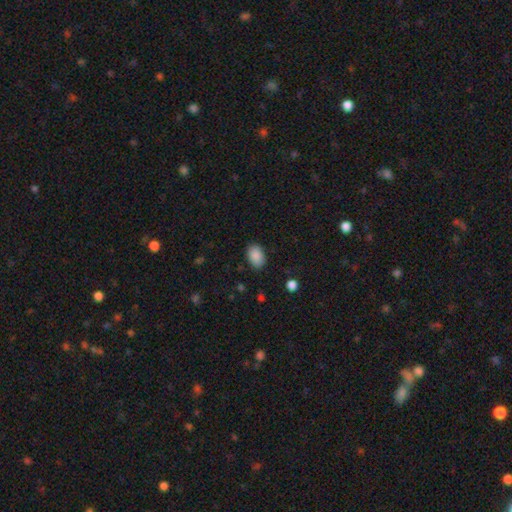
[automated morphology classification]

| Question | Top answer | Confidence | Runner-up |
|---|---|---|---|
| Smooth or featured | smooth | 89% | star or artifact (8%) |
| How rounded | in between | 86% | round (13%) |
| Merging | none | 85% | minor disturbance (11%) |